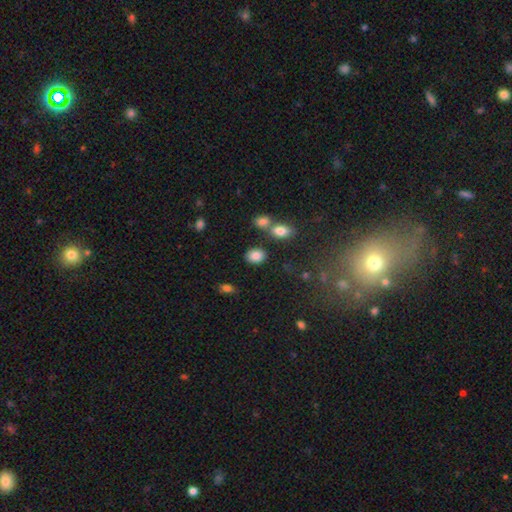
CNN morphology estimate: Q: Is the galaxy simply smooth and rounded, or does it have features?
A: smooth — 84%.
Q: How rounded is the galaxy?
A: in between — 64%.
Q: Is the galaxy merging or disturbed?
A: none — 78%.